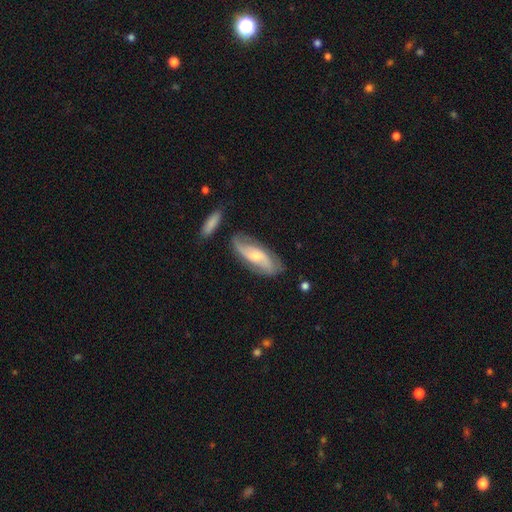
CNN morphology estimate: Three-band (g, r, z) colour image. It shows a featured or disk galaxy (69%) with no bar (48%), 2 (82%) loose (43%) spiral arms (92%) and a moderate central bulge (47%). Merging: none (71%).